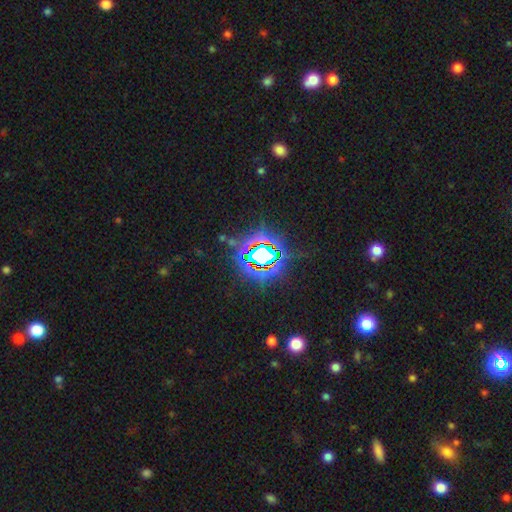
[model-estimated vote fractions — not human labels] smooth_or_featured: star or artifact (p=0.80) [alt: smooth p=0.11]